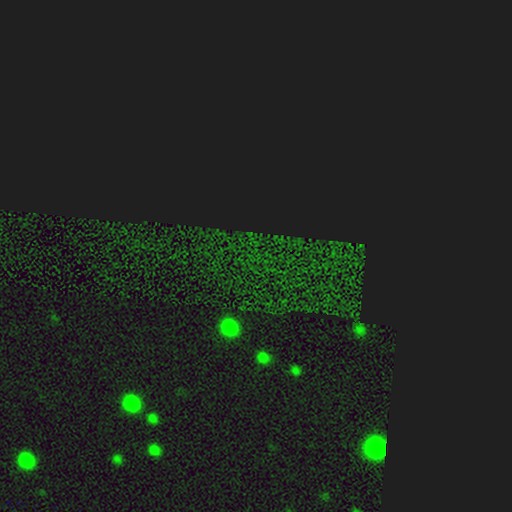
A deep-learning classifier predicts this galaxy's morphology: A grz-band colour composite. It shows a star or artifact, not a galaxy (81%).